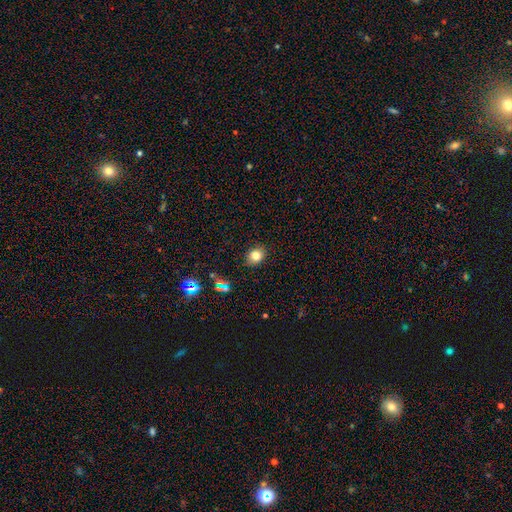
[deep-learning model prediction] smooth-or-featured: smooth: 78% | star or artifact: 15% | featured or disk: 8%
  how-rounded: round: 62% | in between: 37% | cigar-shaped: 1%
  merging: none: 87% | minor disturbance: 9% | major disturbance: 2% | merger: 1%